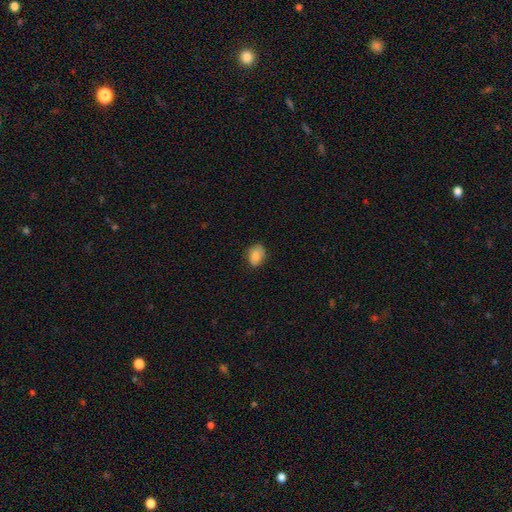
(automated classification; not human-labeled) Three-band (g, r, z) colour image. It shows a smooth galaxy with no disk features (83%) that is in between round and cigar-shaped (74%). Merging: none (72%).